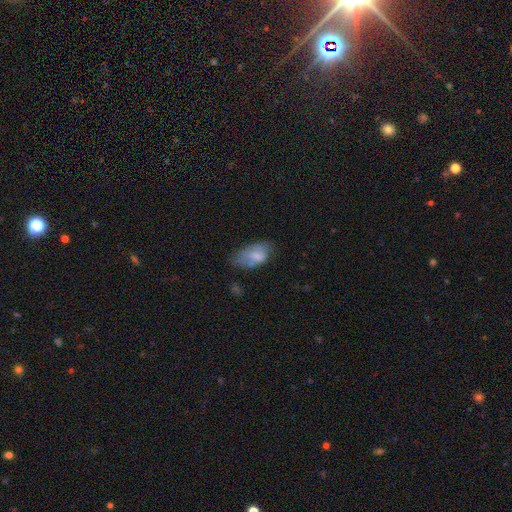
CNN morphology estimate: This is likely a smooth galaxy (64%). How rounded: clearly in between (92%). Merging: marginally none (36%).